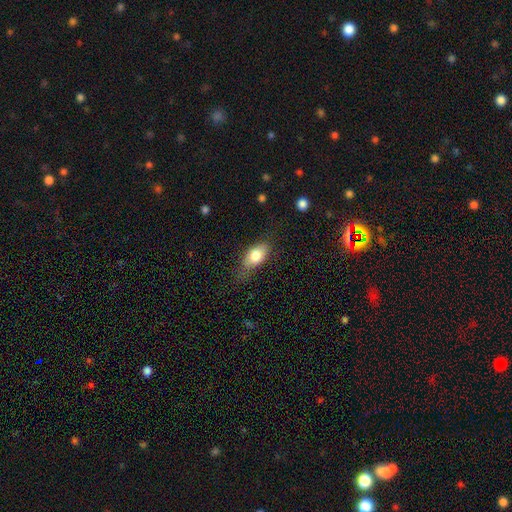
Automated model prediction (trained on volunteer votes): Smooth or featured?
  - smooth: 79% *
  - featured or disk: 15%
  - star or artifact: 7%
How rounded?
  - in between: 88% *
  - cigar-shaped: 6%
  - round: 6%
Merging?
  - none: 62% *
  - minor disturbance: 27%
  - major disturbance: 9%
  - merger: 2%